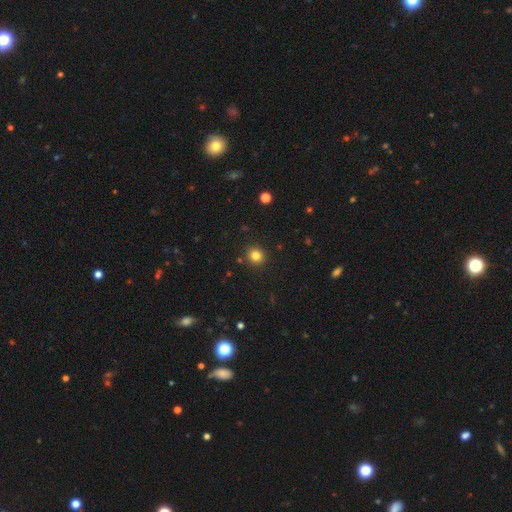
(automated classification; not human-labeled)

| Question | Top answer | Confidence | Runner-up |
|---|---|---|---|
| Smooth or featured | smooth | 82% | star or artifact (13%) |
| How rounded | round | 90% | in between (9%) |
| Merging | none | 91% | minor disturbance (6%) |